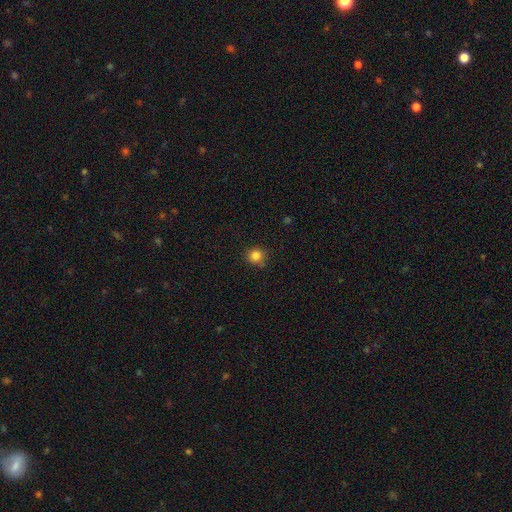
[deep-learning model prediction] Smooth or featured?
  - smooth: 84% *
  - star or artifact: 12%
  - featured or disk: 4%
How rounded?
  - round: 91% *
  - in between: 8%
  - cigar-shaped: 1%
Merging?
  - none: 84% *
  - minor disturbance: 12%
  - major disturbance: 2%
  - merger: 2%